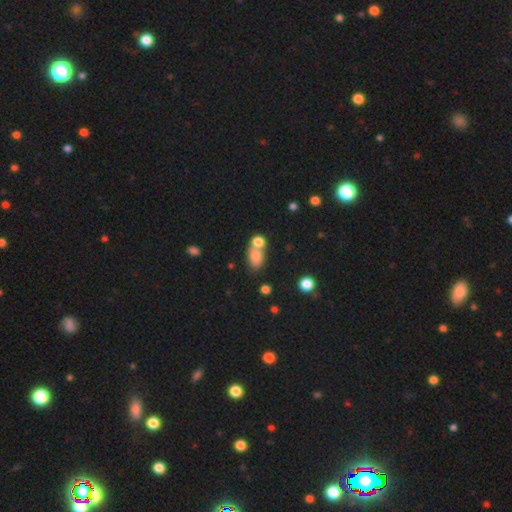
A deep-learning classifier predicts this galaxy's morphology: smooth 78%, star or artifact 11%, featured or disk 11%. Down the decision tree: how rounded — in between (77%); merging — none (42%).